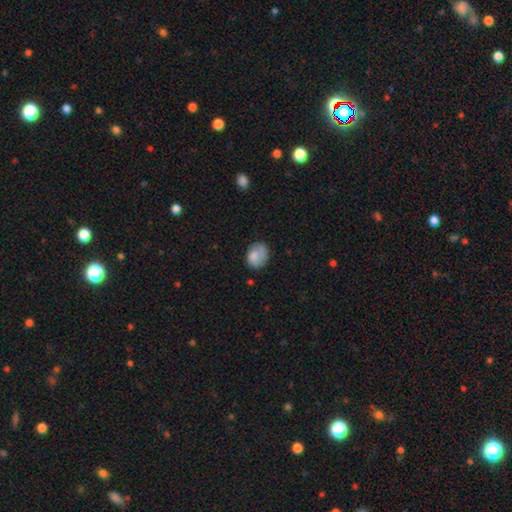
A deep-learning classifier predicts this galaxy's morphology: smooth_or_featured: smooth (p=0.79) [alt: featured or disk p=0.13]
how_rounded: in between (p=0.64) [alt: round p=0.36]
merging: none (p=0.60) [alt: minor disturbance p=0.27]